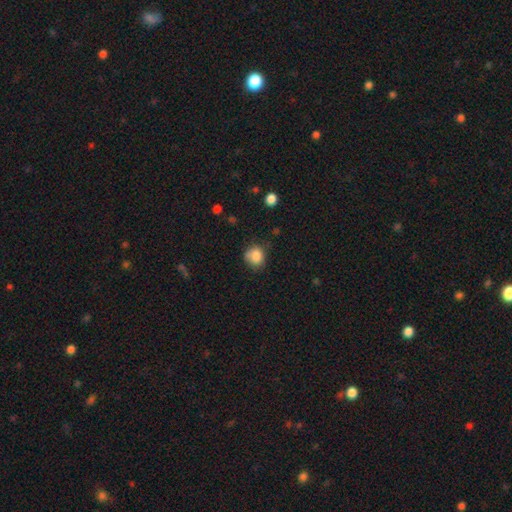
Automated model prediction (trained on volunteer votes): A smooth galaxy with no disk features (84%) that is round (76%). Merging: none (61%).